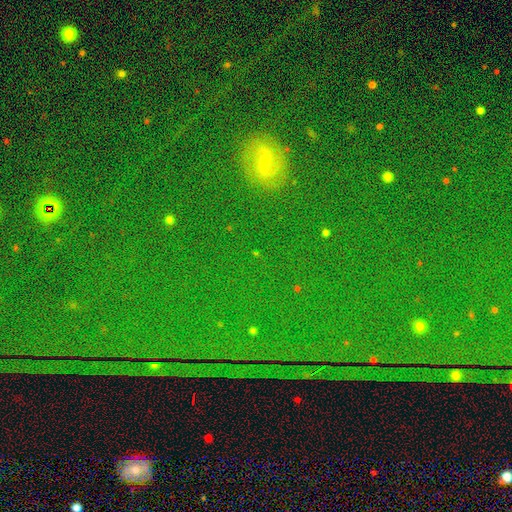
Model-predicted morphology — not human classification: smooth-or-featured: star or artifact: 62% | smooth: 26% | featured or disk: 12%